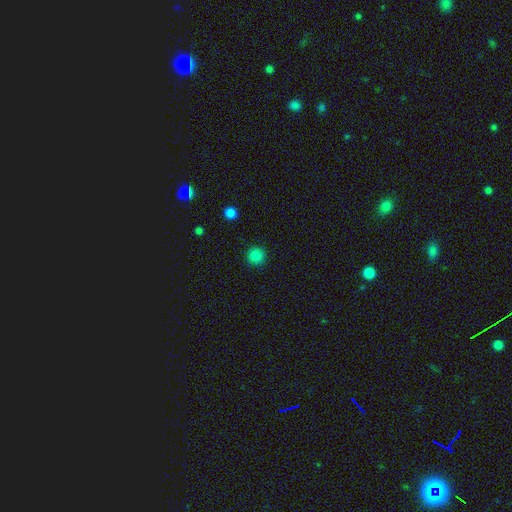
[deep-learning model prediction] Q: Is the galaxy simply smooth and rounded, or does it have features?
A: smooth — 85%.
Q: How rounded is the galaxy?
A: round — 95%.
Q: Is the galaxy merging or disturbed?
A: none — 92%.